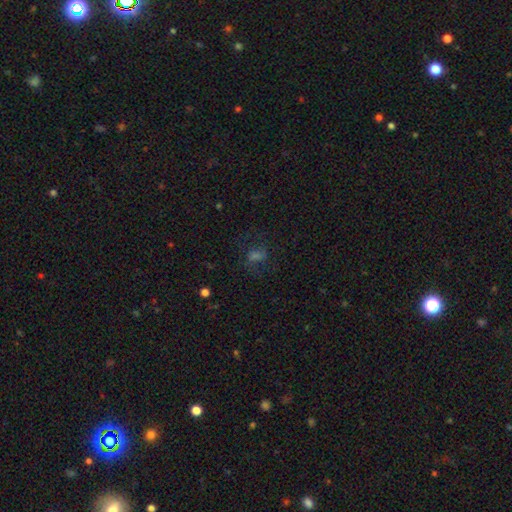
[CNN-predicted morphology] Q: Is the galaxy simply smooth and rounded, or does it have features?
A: smooth — 44%.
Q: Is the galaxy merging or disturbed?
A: none — 65%.